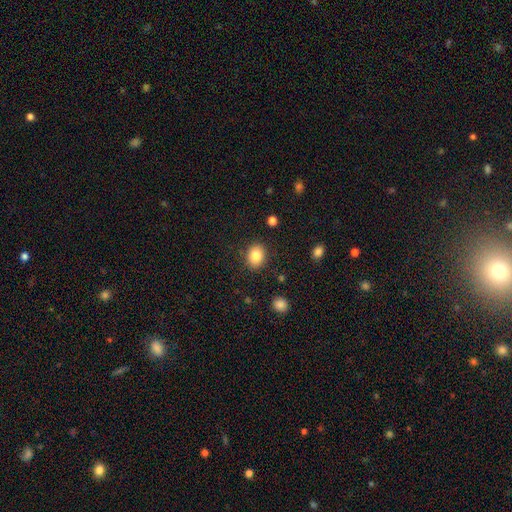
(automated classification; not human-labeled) Smooth or featured?
  - smooth: 84% *
  - star or artifact: 9%
  - featured or disk: 7%
How rounded?
  - in between: 54% *
  - round: 45%
  - cigar-shaped: 1%
Merging?
  - none: 88% *
  - minor disturbance: 8%
  - major disturbance: 3%
  - merger: 1%